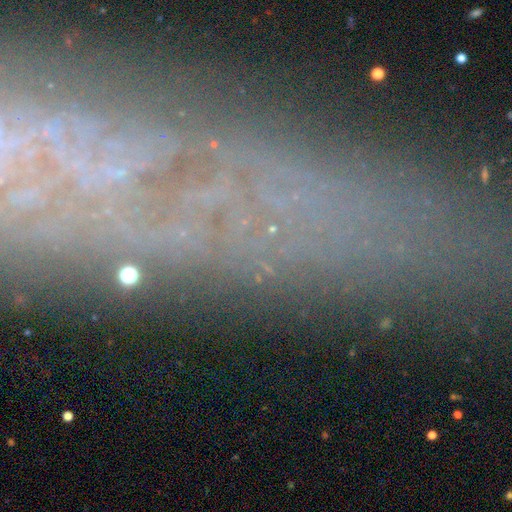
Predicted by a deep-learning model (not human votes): Smooth or featured? star or artifact (40%, tied with featured or disk)